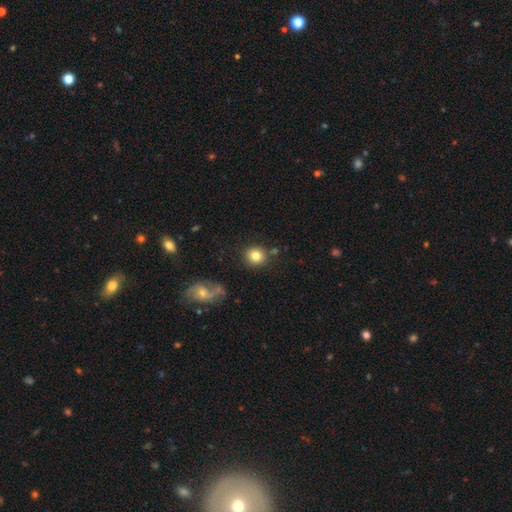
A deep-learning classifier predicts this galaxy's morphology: smooth_or_featured: smooth (p=0.81) [alt: star or artifact p=0.10]
how_rounded: round (p=0.88) [alt: in between p=0.11]
merging: none (p=0.82) [alt: minor disturbance p=0.09]